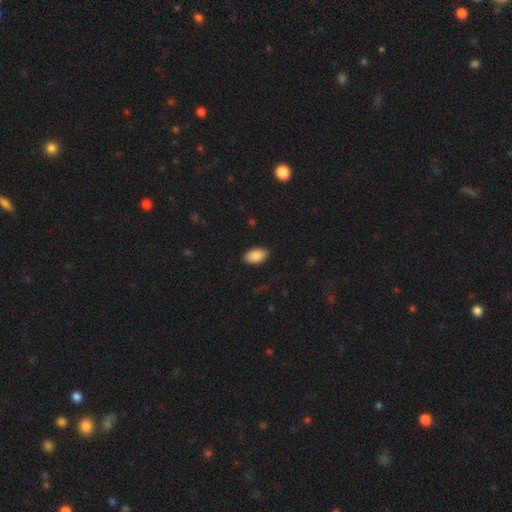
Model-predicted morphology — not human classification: Smooth or featured: smooth — 88% (star or artifact — 7%)
How rounded: in between — 94% (round — 4%)
Merging: none — 89% (minor disturbance — 8%)